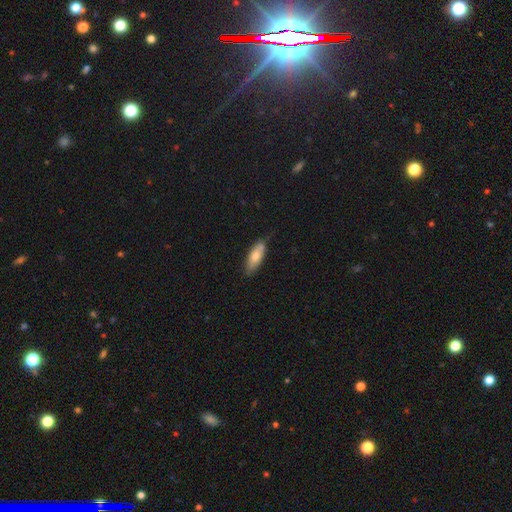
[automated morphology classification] Smooth or featured? Predicted: smooth (p=0.71). How rounded? Predicted: in between (p=0.67). Merging? Predicted: none (p=0.71).